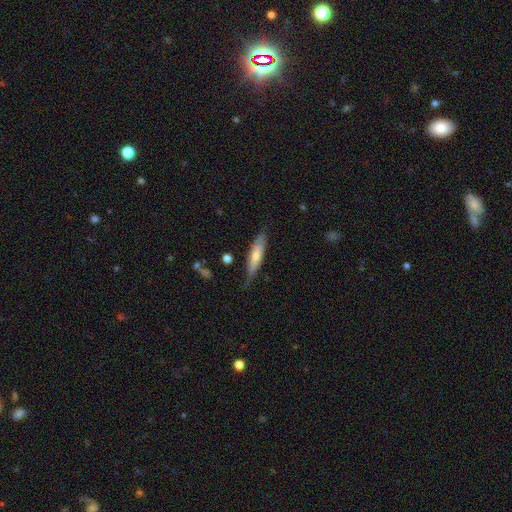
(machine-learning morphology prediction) The model was most divided on "smooth or featured": smooth: 49%, featured or disk: 44%, star or artifact: 7%. More confident: merging — none (68%).